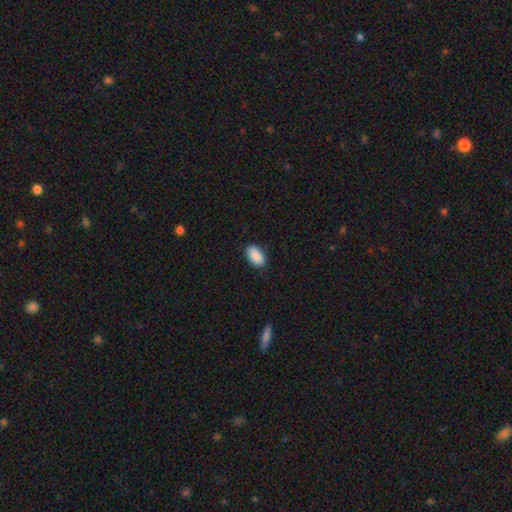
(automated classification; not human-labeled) Smooth or featured: smooth — 90% (star or artifact — 7%)
How rounded: in between — 94% (round — 4%)
Merging: none — 86% (minor disturbance — 10%)